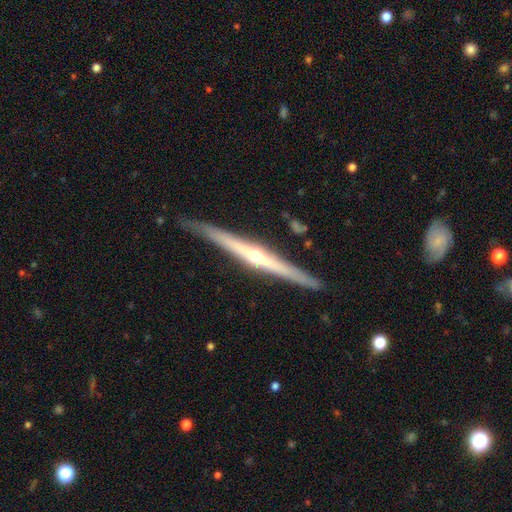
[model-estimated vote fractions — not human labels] Smooth or featured: featured or disk — 81% (smooth — 13%)
Edge-on disk: yes — 98% (no — 2%)
Edge-on bulge: rounded — 86% (none — 10%)
Merging: none — 88% (minor disturbance — 9%)